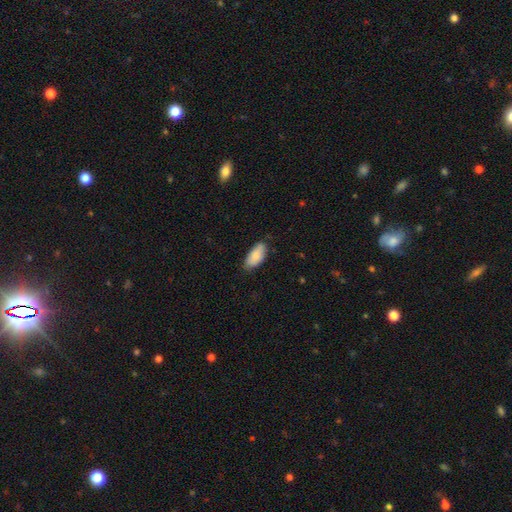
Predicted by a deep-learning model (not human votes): smooth_or_featured: smooth (p=0.79) [alt: featured or disk p=0.14]
how_rounded: in between (p=0.91) [alt: cigar-shaped p=0.07]
merging: none (p=0.75) [alt: minor disturbance p=0.21]